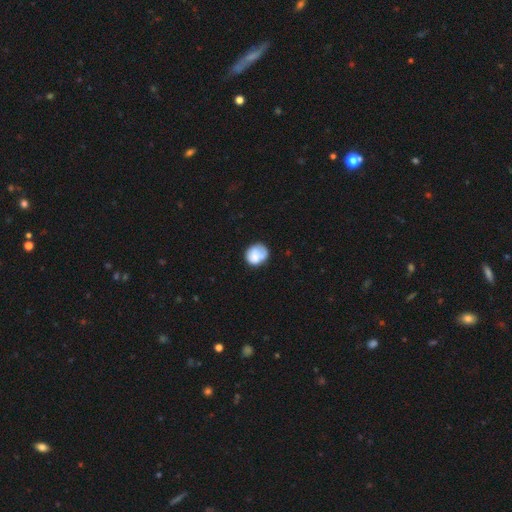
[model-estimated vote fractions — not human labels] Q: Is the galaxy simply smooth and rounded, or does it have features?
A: smooth — 76%.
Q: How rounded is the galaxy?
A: round — 70%.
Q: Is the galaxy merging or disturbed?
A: none — 55%.